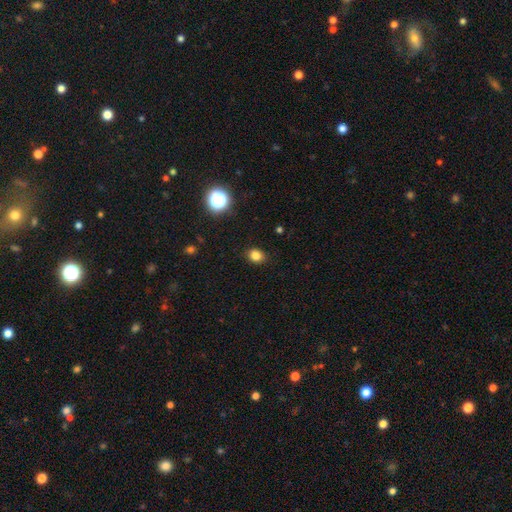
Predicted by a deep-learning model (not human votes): This is clearly a smooth galaxy (82%). How rounded: possibly round (53%). Merging: clearly none (88%).